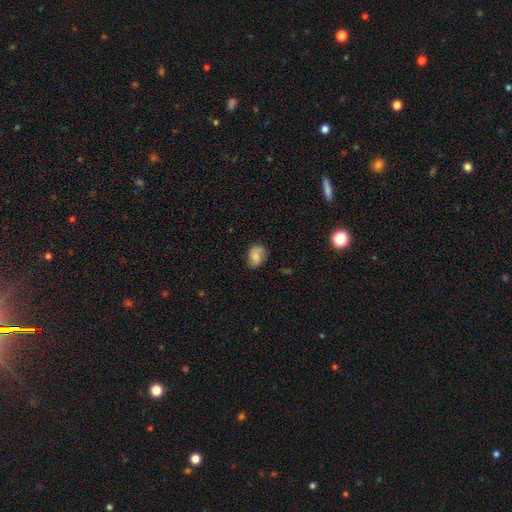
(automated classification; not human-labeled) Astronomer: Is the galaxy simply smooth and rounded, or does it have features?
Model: smooth — 72%.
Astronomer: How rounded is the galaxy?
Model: in between — 64%.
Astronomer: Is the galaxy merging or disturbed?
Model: none — 68%.